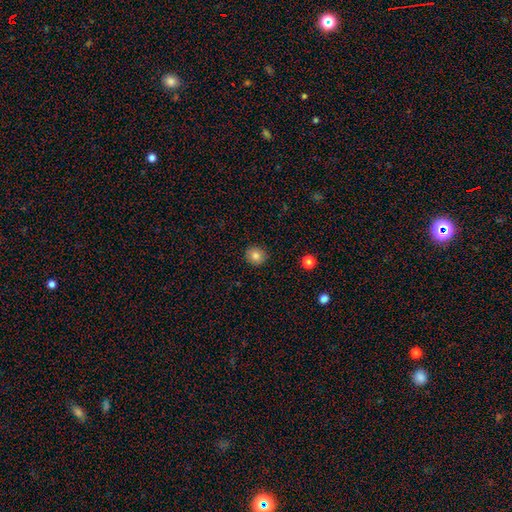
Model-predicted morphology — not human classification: Smooth or featured? smooth (82%)
How rounded? round (87%)
Merging? none (90%)